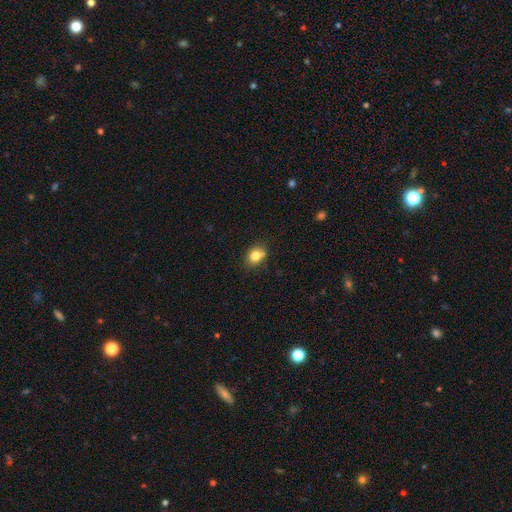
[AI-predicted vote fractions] The model was most divided on "how rounded": in between: 53%, round: 45%, cigar-shaped: 1%. More confident: smooth or featured — smooth (79%); merging — none (66%).